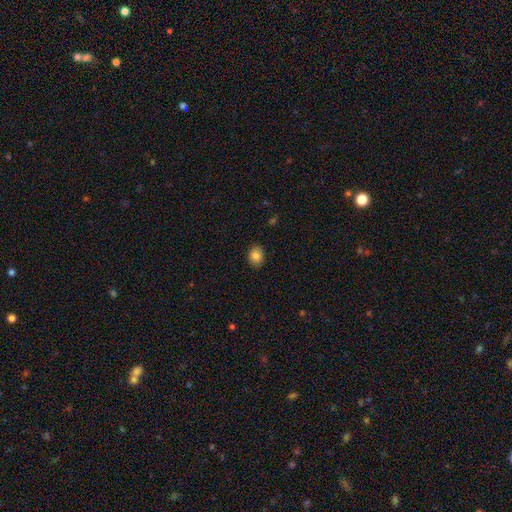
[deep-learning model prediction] Smooth or featured? Predicted: smooth (p=0.85). How rounded? Predicted: in between (p=0.52). Merging? Predicted: none (p=0.89).